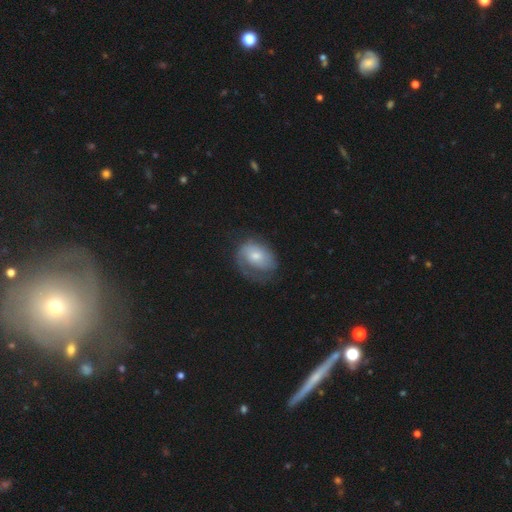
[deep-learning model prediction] This appears to be a featured or disk galaxy (57%) with no bar (64%), spiral arms (80%) and a moderate central bulge (49%). Merging: none (47%).